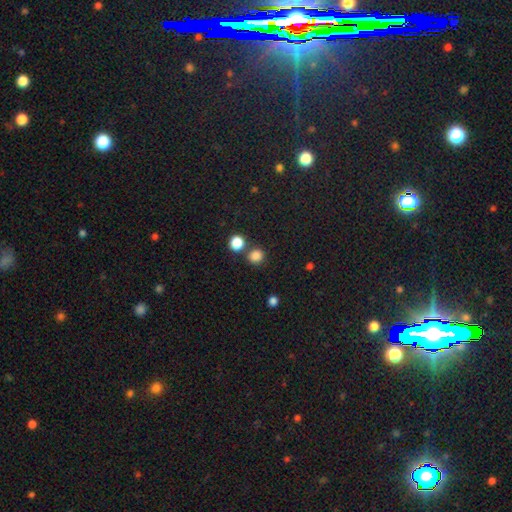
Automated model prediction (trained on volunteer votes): Smooth or featured: smooth — 84% (star or artifact — 12%)
How rounded: round — 88% (in between — 11%)
Merging: none — 75% (merger — 14%)